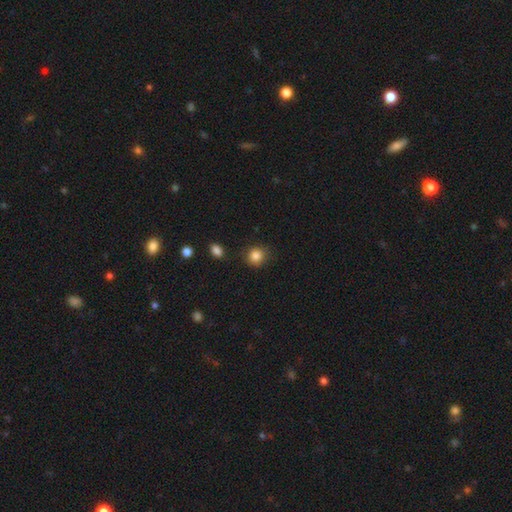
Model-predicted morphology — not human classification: A smooth galaxy with no disk features (85%) that is round (87%). Merging: none (84%).